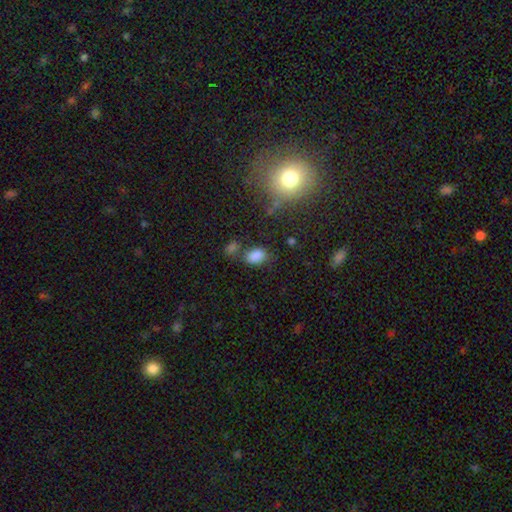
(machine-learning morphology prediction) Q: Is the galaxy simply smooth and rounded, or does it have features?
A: smooth — 82%.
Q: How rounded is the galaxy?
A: in between — 84%.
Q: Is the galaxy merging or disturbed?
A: none — 62%.